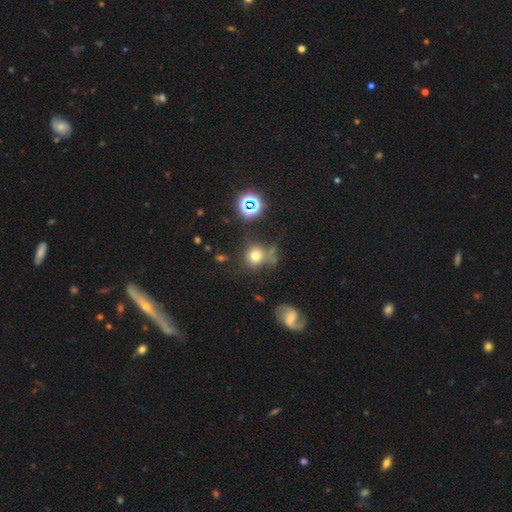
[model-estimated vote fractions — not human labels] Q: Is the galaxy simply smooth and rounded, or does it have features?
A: smooth — 70%.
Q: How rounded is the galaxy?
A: round — 82%.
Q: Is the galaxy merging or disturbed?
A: none — 59%.